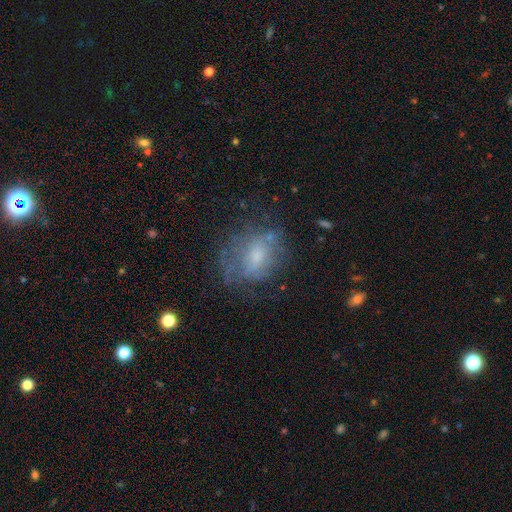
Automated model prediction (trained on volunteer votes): Smooth or featured?
  - featured or disk: 45% *
  - smooth: 43%
  - star or artifact: 12%
Merging?
  - none: 53% *
  - minor disturbance: 24%
  - major disturbance: 19%
  - merger: 3%